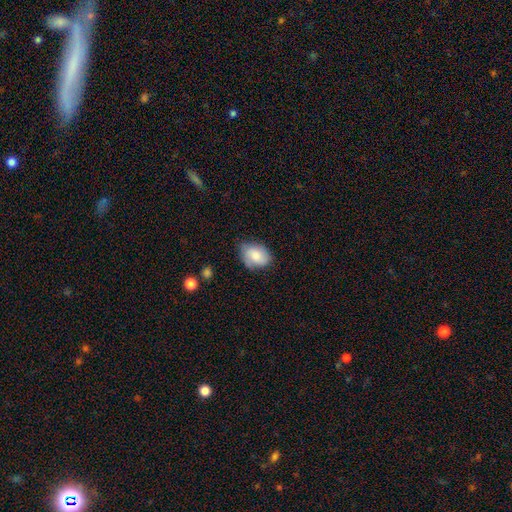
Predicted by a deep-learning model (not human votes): A smooth galaxy with no disk features (74%) that is in between round and cigar-shaped (77%). Merging: none (61%).